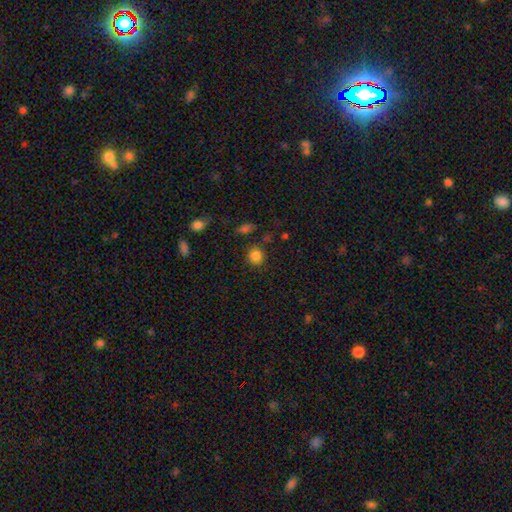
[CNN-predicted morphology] smooth_or_featured: smooth (p=0.83) [alt: star or artifact p=0.12]
how_rounded: round (p=0.85) [alt: in between p=0.14]
merging: none (p=0.82) [alt: minor disturbance p=0.10]